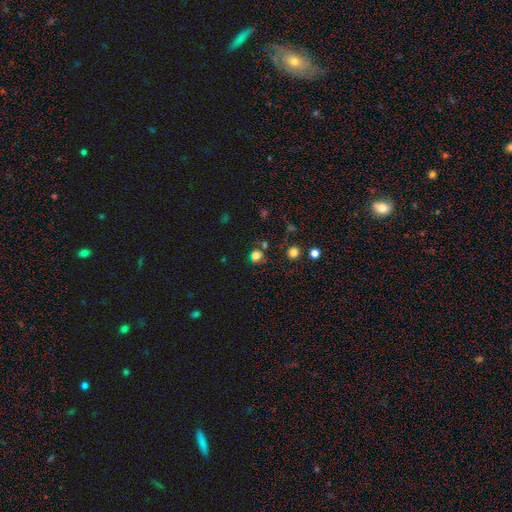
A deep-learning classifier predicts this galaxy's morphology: Q: Smooth or featured?
A: smooth (75%); runner-up: star or artifact (20%)
Q: How rounded?
A: round (74%); runner-up: in between (25%)
Q: Merging?
A: none (75%); runner-up: minor disturbance (12%)